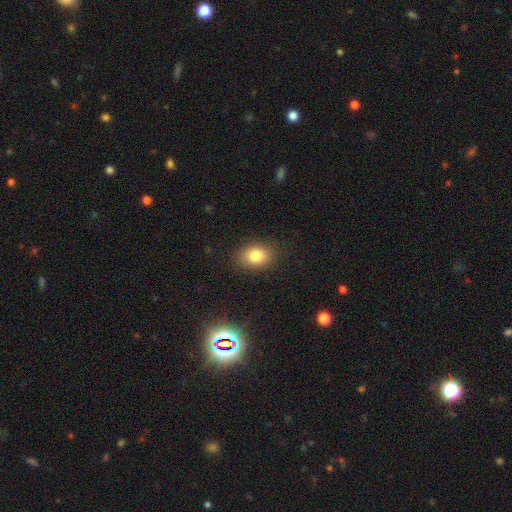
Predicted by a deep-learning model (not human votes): Overall: smooth (81%). How rounded: in between (64%; round 34%). Merging: none (86%).